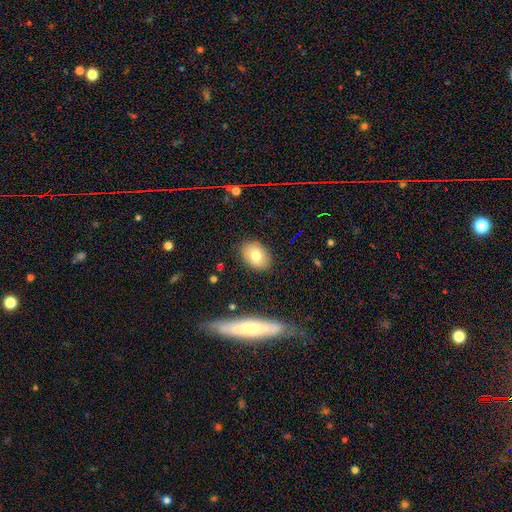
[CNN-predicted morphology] smooth_or_featured: smooth (p=0.75) [alt: featured or disk p=0.17]
how_rounded: in between (p=0.72) [alt: round p=0.26]
merging: none (p=0.86) [alt: minor disturbance p=0.10]